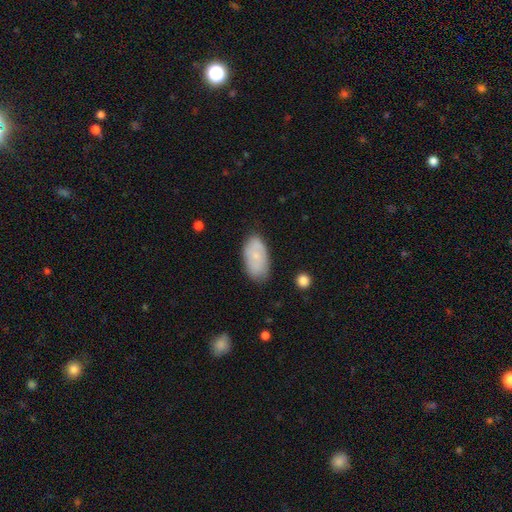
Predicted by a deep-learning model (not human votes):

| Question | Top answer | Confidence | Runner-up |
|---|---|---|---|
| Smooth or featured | smooth | 69% | featured or disk (24%) |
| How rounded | in between | 93% | round (4%) |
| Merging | none | 72% | minor disturbance (22%) |